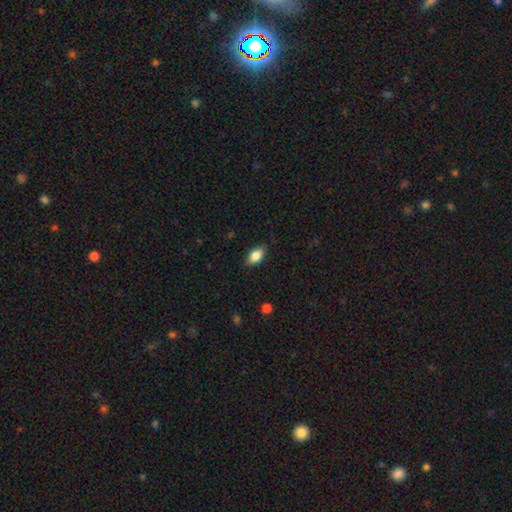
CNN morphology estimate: smooth_or_featured: smooth (p=0.83) [alt: featured or disk p=0.09]
how_rounded: in between (p=0.90) [alt: round p=0.06]
merging: none (p=0.84) [alt: minor disturbance p=0.12]